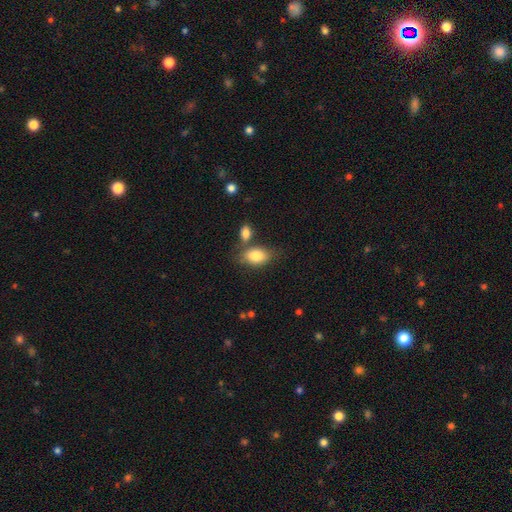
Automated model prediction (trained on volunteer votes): Smooth or featured? Predicted: smooth (p=0.83). How rounded? Predicted: in between (p=0.88). Merging? Predicted: none (p=0.57).